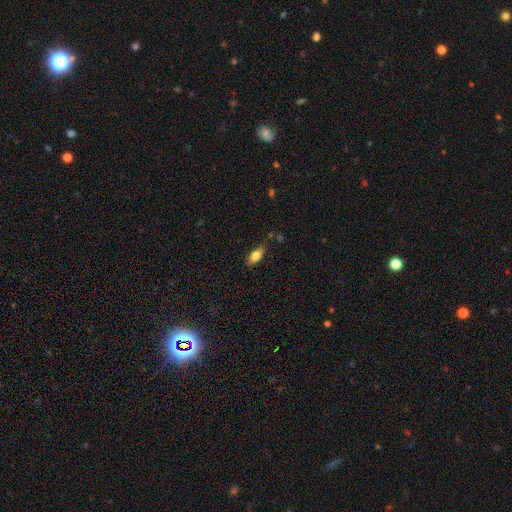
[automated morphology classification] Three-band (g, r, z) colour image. It shows a smooth galaxy with no disk features (76%) that is in between round and cigar-shaped (83%). Merging: none (75%).